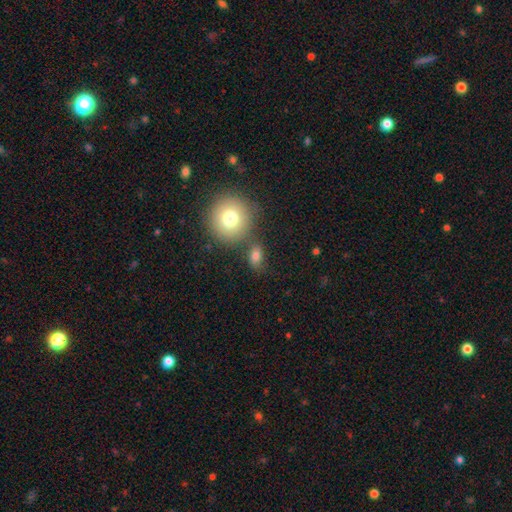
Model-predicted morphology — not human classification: A smooth galaxy with no disk features (78%) that is in between round and cigar-shaped (66%).

Vote fractions:
- Smooth or featured? smooth: 78% / star or artifact: 12% / featured or disk: 10%
- How rounded? in between: 66% / round: 31% / cigar-shaped: 3%
- Merging? none: 62% / merger: 19% / minor disturbance: 13% / major disturbance: 6%